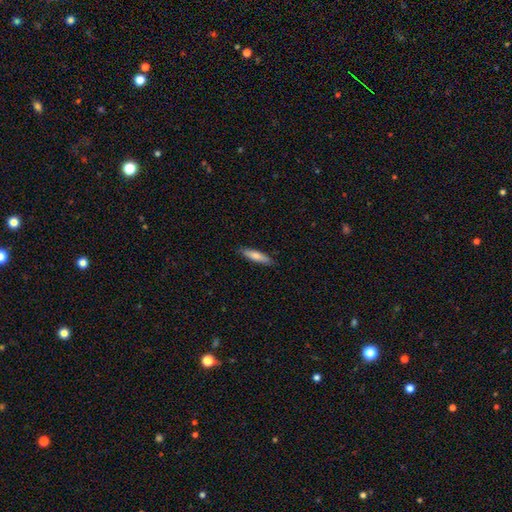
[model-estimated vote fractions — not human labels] smooth-or-featured: smooth: 72% | featured or disk: 22% | star or artifact: 6%
  how-rounded: cigar-shaped: 77% | in between: 22% | round: 1%
  merging: none: 88% | minor disturbance: 10% | major disturbance: 2% | merger: 1%